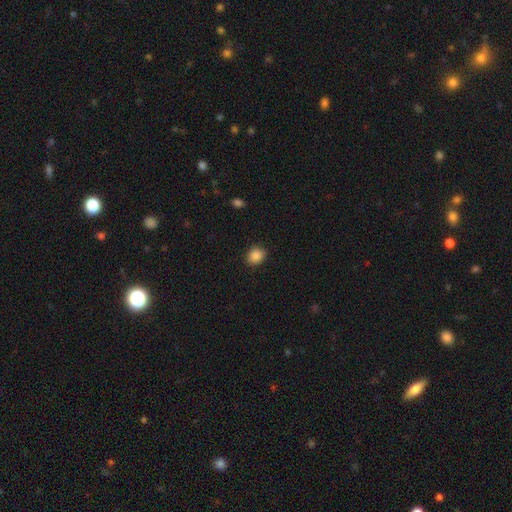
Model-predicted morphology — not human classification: smooth 87%, star or artifact 9%, featured or disk 4%. Down the decision tree: how rounded — round (52%); merging — none (88%).